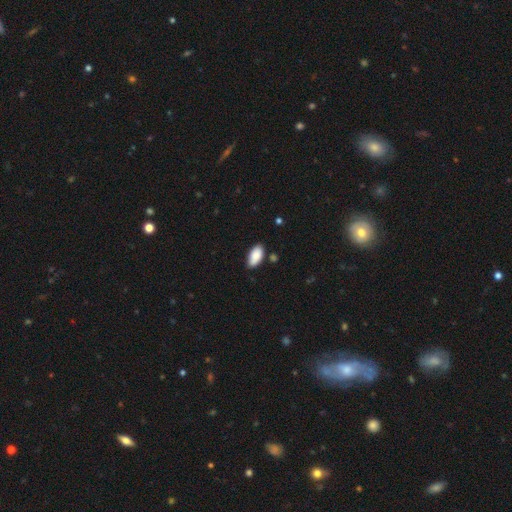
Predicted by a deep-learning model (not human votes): Smooth or featured? Predicted: smooth (p=0.88). How rounded? Predicted: in between (p=0.94). Merging? Predicted: none (p=0.74).